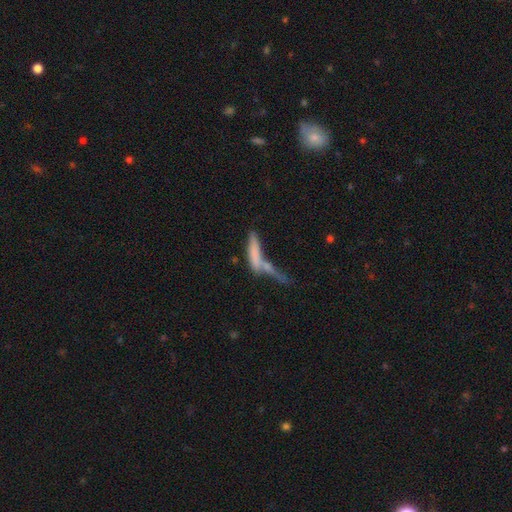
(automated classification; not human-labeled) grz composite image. It shows a smooth galaxy with no disk features (63%) that is cigar-shaped (81%). Merging: merger (46%).